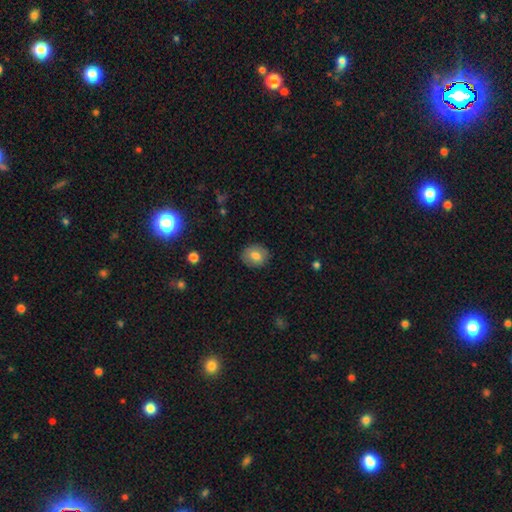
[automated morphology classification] Smooth or featured? smooth (76%)
How rounded? round (65%)
Merging? none (86%)